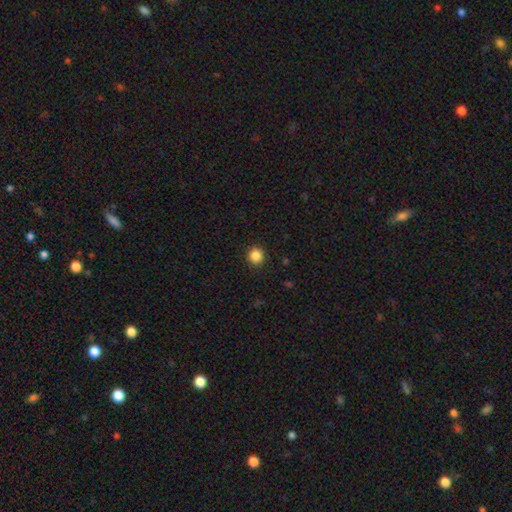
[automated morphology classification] The model was most divided on "smooth or featured": smooth: 86%, star or artifact: 10%, featured or disk: 3%. More confident: how rounded — round (92%); merging — none (92%).